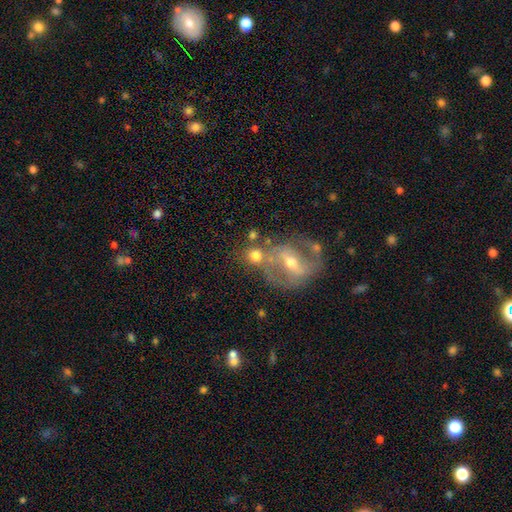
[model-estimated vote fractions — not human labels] Morphology: type=smooth (54%); roundness=round (78%); merging=none (54%).